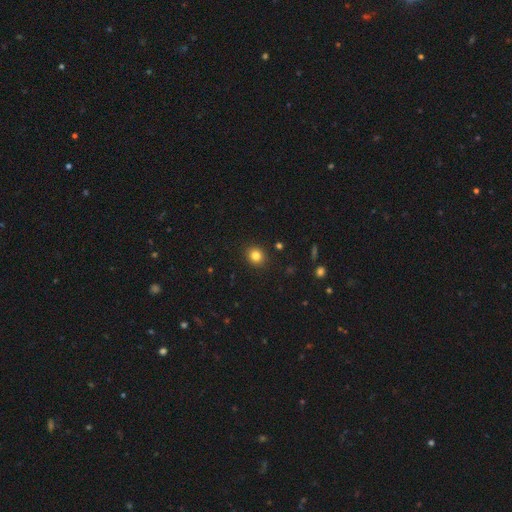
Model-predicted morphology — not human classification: Smooth or featured? smooth (82%)
How rounded? round (80%)
Merging? none (91%)